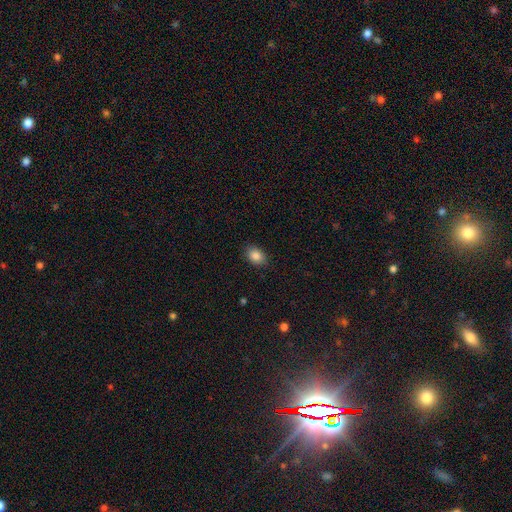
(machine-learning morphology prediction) smooth-or-featured: smooth: 86% | star or artifact: 9% | featured or disk: 5%
  how-rounded: in between: 73% | round: 26% | cigar-shaped: 1%
  merging: none: 87% | minor disturbance: 10% | major disturbance: 2% | merger: 1%